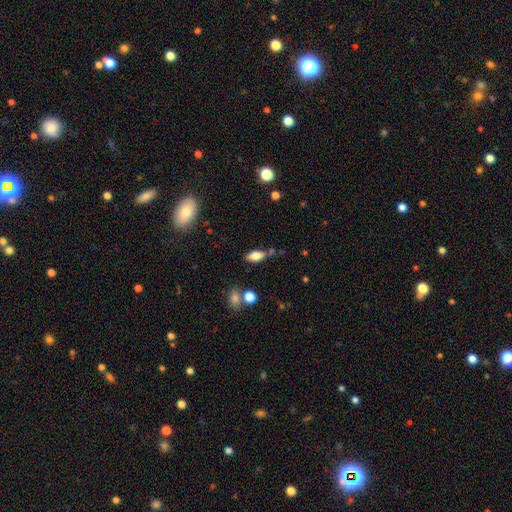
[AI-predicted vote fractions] A smooth galaxy with no disk features (78%) that is in between round and cigar-shaped (87%). Merging: none (69%).